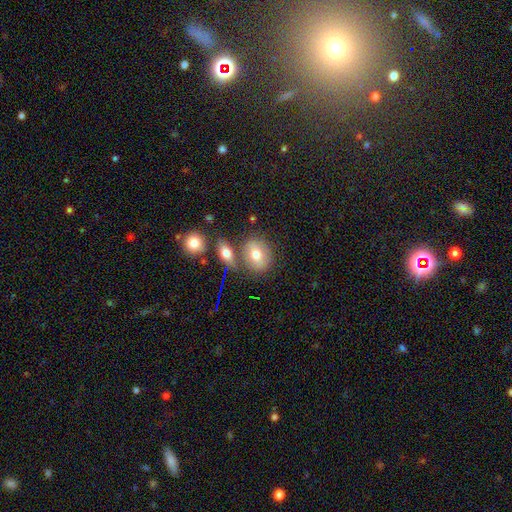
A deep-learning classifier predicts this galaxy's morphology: type=star or artifact (63%).